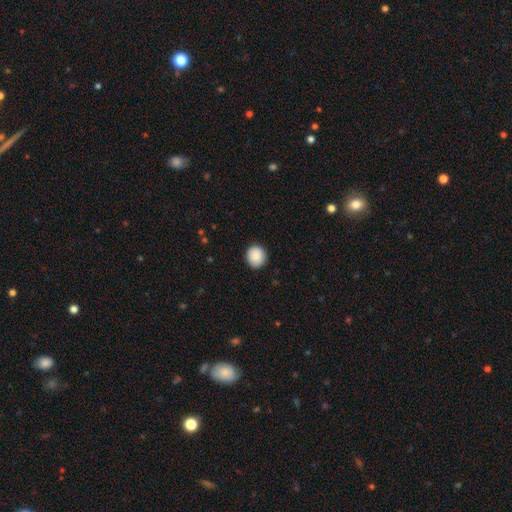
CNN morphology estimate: smooth_or_featured: smooth (p=0.89) [alt: star or artifact p=0.07]
how_rounded: round (p=0.86) [alt: in between p=0.13]
merging: none (p=0.90) [alt: minor disturbance p=0.07]